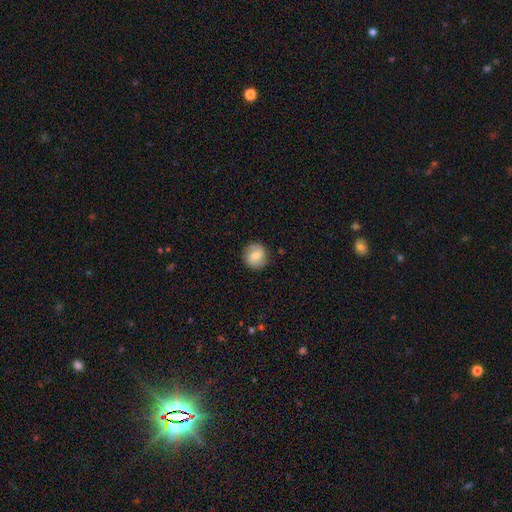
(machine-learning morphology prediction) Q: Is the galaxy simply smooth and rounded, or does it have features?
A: smooth — 57%.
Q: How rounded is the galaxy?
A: round — 92%.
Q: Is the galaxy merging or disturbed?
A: none — 87%.